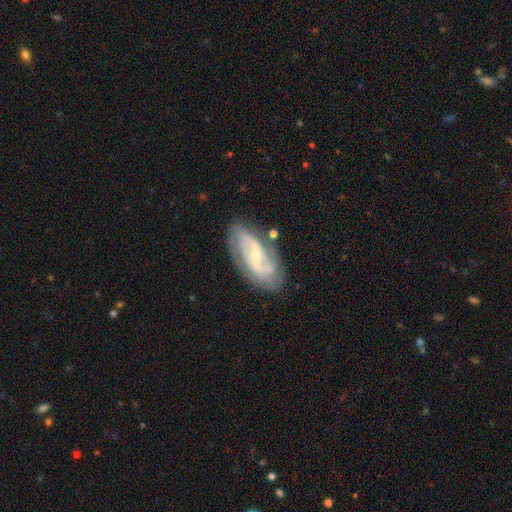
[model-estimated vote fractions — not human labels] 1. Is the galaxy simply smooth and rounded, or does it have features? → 83% featured or disk, 10% smooth, 6% star or artifact.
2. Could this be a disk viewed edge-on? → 93% no, 7% yes.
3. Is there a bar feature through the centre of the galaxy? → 42% weak, 33% strong, 25% no.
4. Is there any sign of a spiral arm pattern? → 93% yes, 7% no.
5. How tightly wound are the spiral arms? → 42% medium, 39% tight, 18% loose.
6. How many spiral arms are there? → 72% 2, 14% can't tell, 7% 3, 3% 1, 2% 4, 2% more than 4.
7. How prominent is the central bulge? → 67% small, 29% moderate, 2% none, 1% large, 1% dominant.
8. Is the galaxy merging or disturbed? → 76% none, 16% minor disturbance, 5% major disturbance, 3% merger.